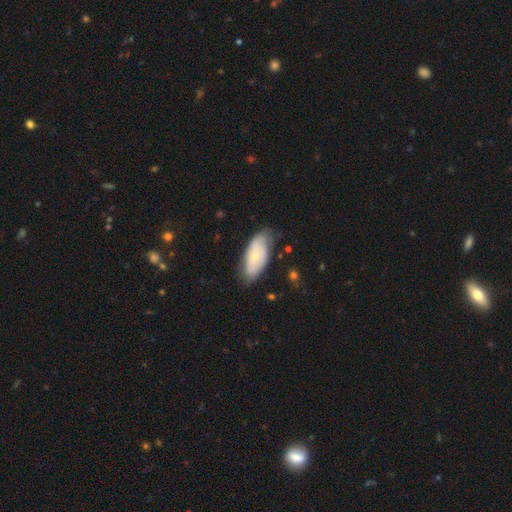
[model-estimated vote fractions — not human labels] smooth-or-featured: smooth: 48% | featured or disk: 46% | star or artifact: 6%
  merging: none: 68% | minor disturbance: 25% | major disturbance: 6% | merger: 2%